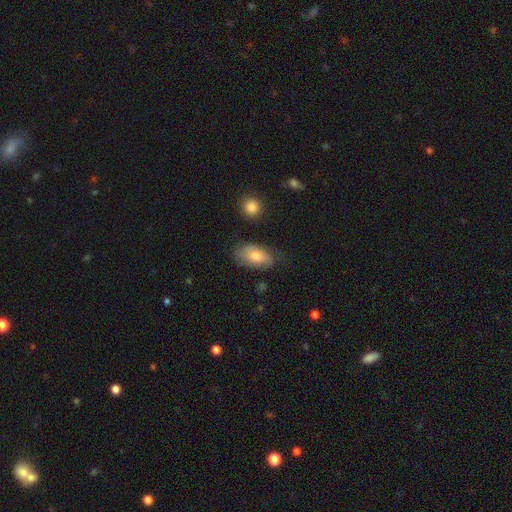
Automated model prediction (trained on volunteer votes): Q: Smooth or featured?
A: smooth (63%); runner-up: featured or disk (30%)
Q: How rounded?
A: in between (92%); runner-up: round (5%)
Q: Merging?
A: none (59%); runner-up: minor disturbance (28%)